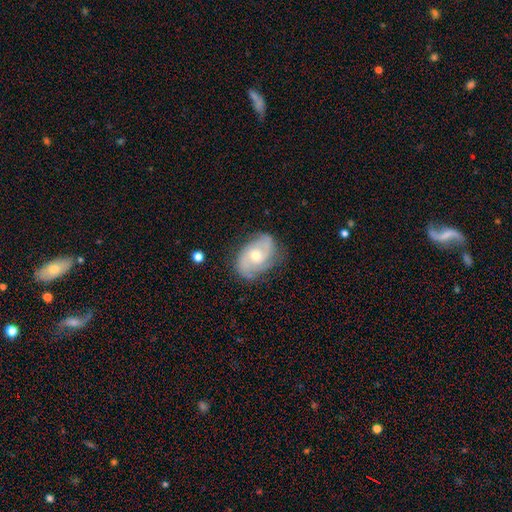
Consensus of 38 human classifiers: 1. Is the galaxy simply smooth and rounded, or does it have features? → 68% featured or disk, 29% smooth, 3% star or artifact.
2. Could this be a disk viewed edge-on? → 88% no, 12% yes.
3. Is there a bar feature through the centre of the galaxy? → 65% no, 35% weak, 0% strong.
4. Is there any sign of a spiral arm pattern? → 100% yes, 0% no.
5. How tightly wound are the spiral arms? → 57% medium, 26% tight, 17% loose.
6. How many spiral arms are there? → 70% 2, 22% 3, 9% can't tell, 0% 1, 0% 4, 0% more than 4.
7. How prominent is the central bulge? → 65% moderate, 35% small, 0% dominant, 0% large, 0% none.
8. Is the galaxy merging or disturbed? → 62% none, 32% minor disturbance, 5% merger, 0% major disturbance.